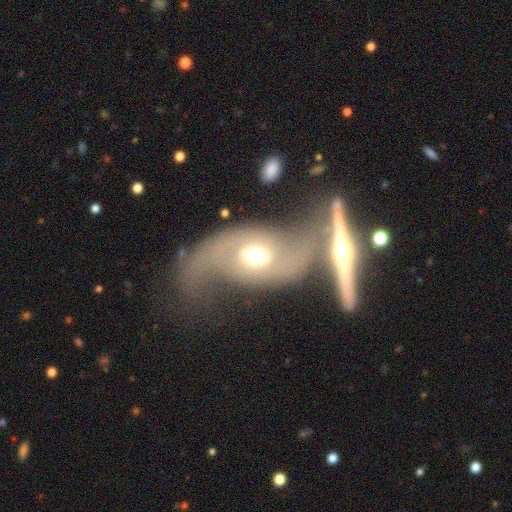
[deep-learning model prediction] featured or disk 73%, smooth 21%, star or artifact 7%. Down the decision tree: edge-on disk — no (91%); bar — no (52%); spiral arms — yes (81%); spiral arm count — 2 (86%); spiral winding — loose (67%); bulge size — moderate (65%); merging — merger (49%).